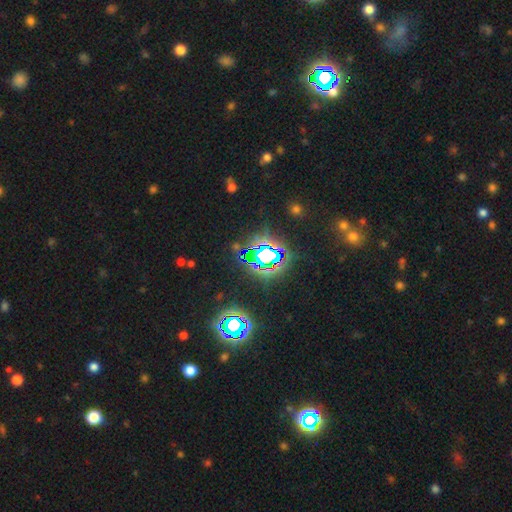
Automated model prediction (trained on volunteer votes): smooth_or_featured: star or artifact (p=0.79) [alt: smooth p=0.12]